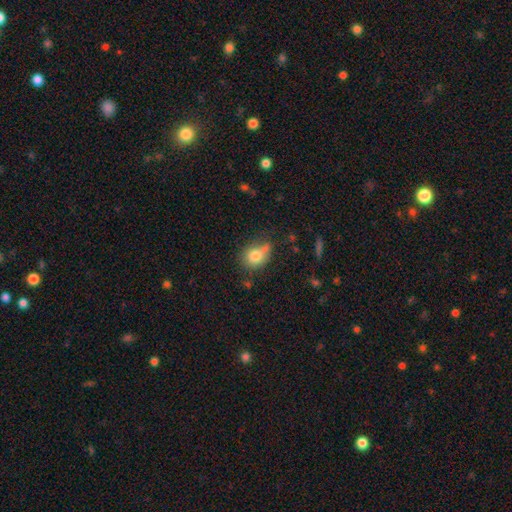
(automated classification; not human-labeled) Smooth or featured? Predicted: smooth (p=0.78). How rounded? Predicted: round (p=0.57). Merging? Predicted: none (p=0.49).